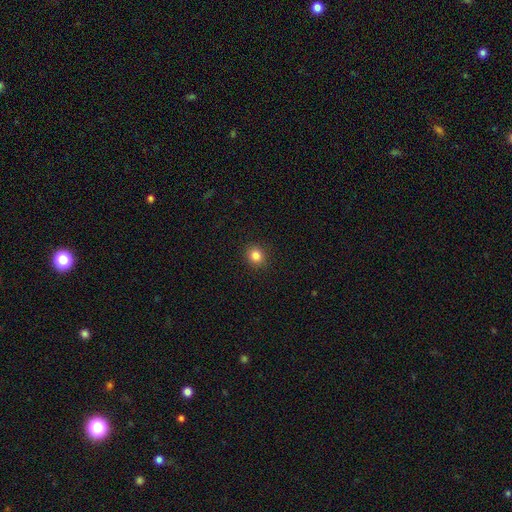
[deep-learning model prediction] Morphology: type=smooth (84%); roundness=round (86%); merging=none (92%).